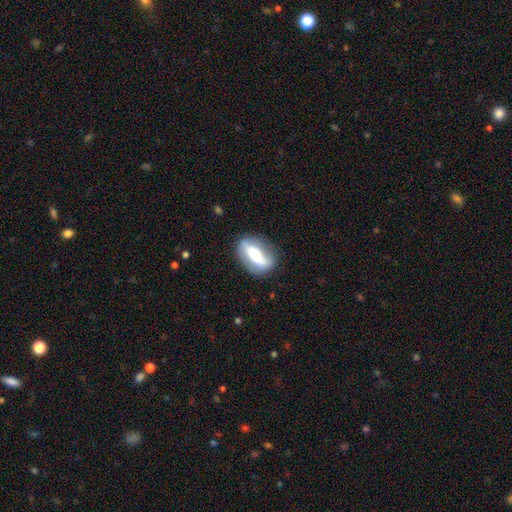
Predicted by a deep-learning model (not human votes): This is possibly a featured or disk galaxy (52%). It is clearly not viewed edge-on (83%). Merging: likely none (73%).